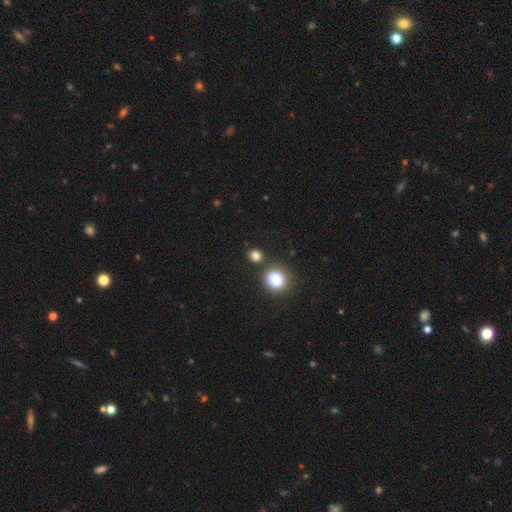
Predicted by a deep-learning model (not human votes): Overall: smooth (78%). How rounded: round (85%). Merging: none (80%).